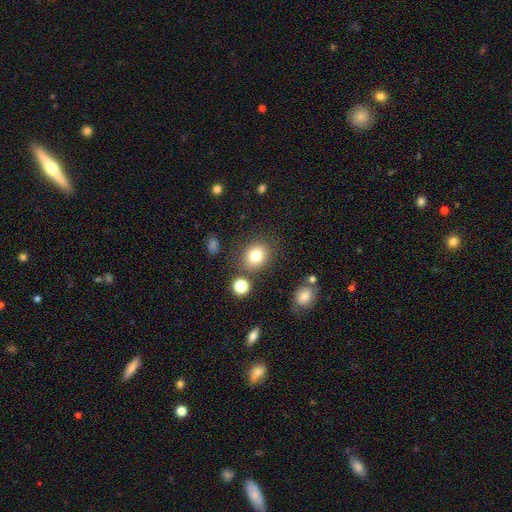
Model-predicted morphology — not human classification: smooth-or-featured: smooth: 79% | star or artifact: 12% | featured or disk: 9%
  how-rounded: round: 67% | in between: 32% | cigar-shaped: 1%
  merging: none: 80% | minor disturbance: 11% | merger: 6% | major disturbance: 4%